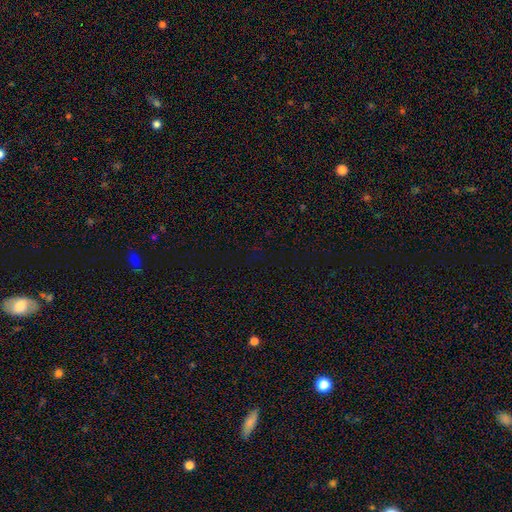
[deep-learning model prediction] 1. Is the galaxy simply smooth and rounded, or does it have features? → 72% star or artifact, 21% smooth, 7% featured or disk.